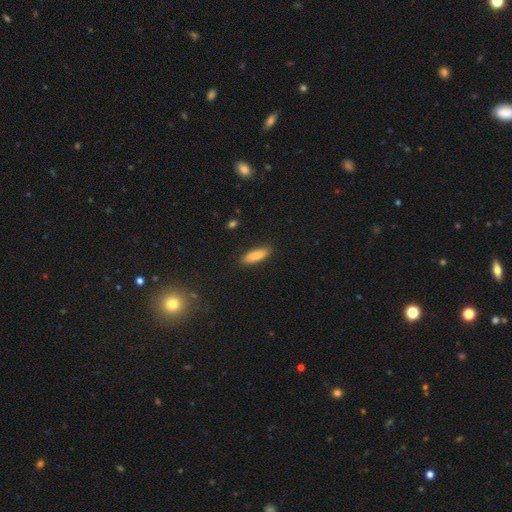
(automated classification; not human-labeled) smooth 86%, featured or disk 7%, star or artifact 7%. Down the decision tree: how rounded — in between (54%); merging — none (87%).